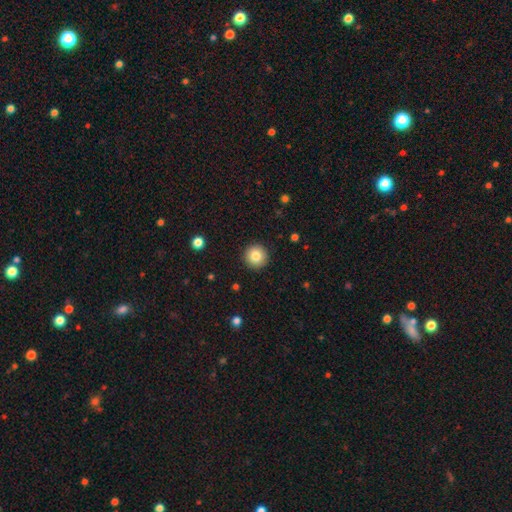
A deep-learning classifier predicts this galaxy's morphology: Smooth or featured? Predicted: smooth (p=0.83). How rounded? Predicted: round (p=0.95). Merging? Predicted: none (p=0.92).